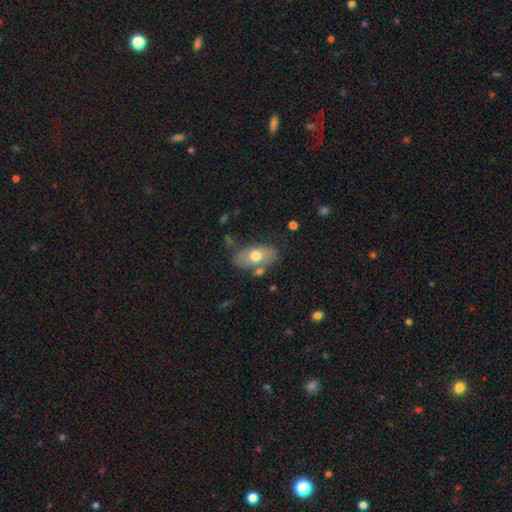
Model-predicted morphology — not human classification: Smooth or featured? smooth (65%)
How rounded? in between (89%)
Merging? none (68%)